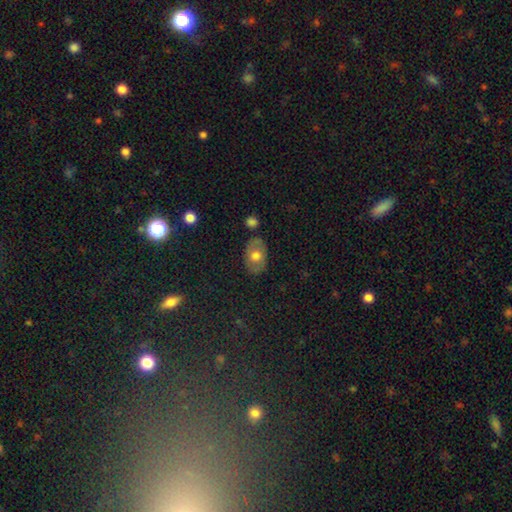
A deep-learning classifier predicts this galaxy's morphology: smooth_or_featured: smooth (p=0.60) [alt: featured or disk p=0.32]
how_rounded: in between (p=0.83) [alt: round p=0.16]
merging: none (p=0.80) [alt: minor disturbance p=0.14]